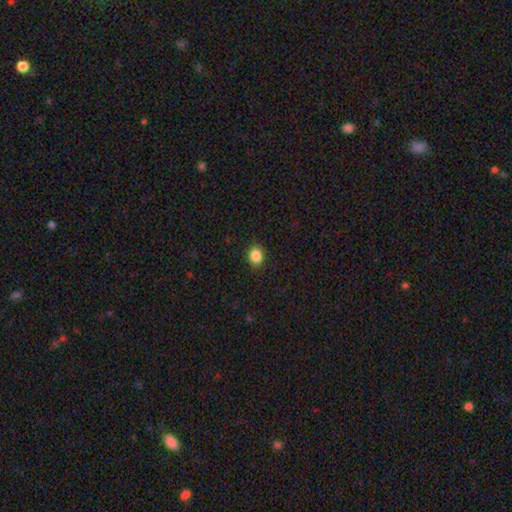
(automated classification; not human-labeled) Q: Smooth or featured?
A: smooth (87%); runner-up: star or artifact (9%)
Q: How rounded?
A: in between (51%); runner-up: round (48%)
Q: Merging?
A: none (89%); runner-up: minor disturbance (8%)